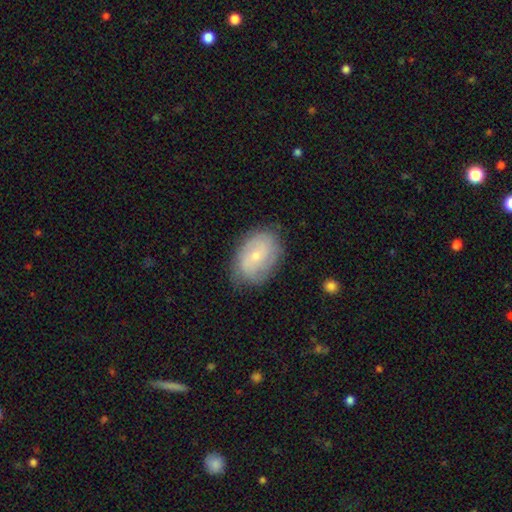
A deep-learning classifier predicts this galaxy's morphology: smooth_or_featured: featured or disk (p=0.50) [alt: smooth p=0.42]
disk_edge_on: no (p=0.95) [alt: yes p=0.05]
merging: none (p=0.74) [alt: minor disturbance p=0.19]